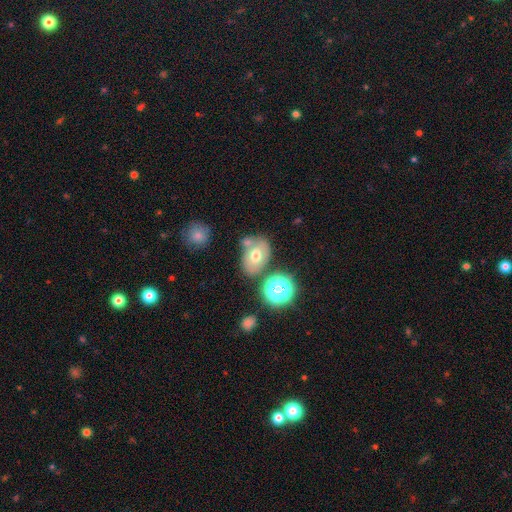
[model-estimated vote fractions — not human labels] smooth 60%, featured or disk 27%, star or artifact 14%. Down the decision tree: how rounded — in between (76%); merging — none (55%).